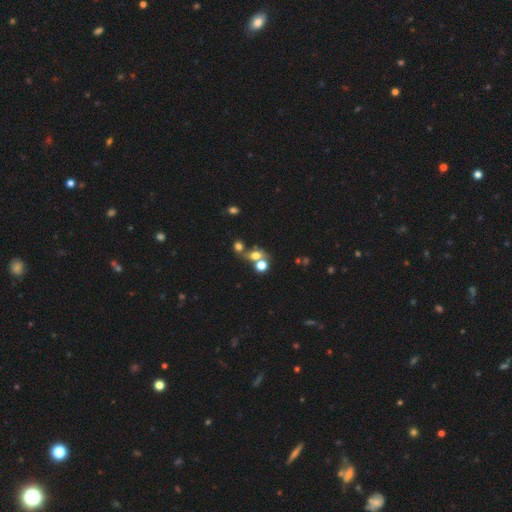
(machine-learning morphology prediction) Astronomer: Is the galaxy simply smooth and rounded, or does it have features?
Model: smooth — 64%.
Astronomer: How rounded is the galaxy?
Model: round — 61% (runner-up: in between, 37%).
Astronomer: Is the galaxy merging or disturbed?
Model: merger — 47% (runner-up: none, 37%).